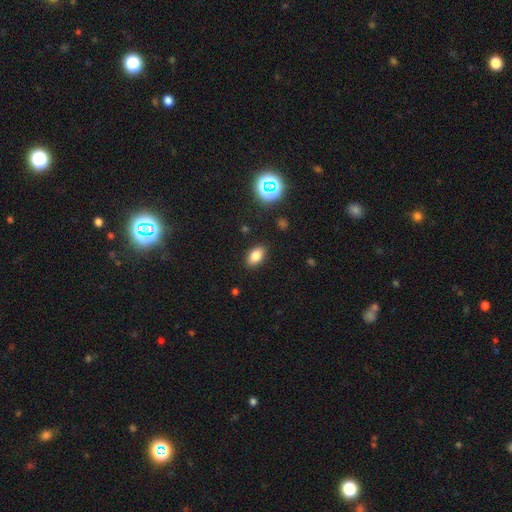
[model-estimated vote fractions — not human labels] smooth_or_featured: smooth (p=0.79) [alt: star or artifact p=0.12]
how_rounded: in between (p=0.88) [alt: round p=0.08]
merging: none (p=0.87) [alt: minor disturbance p=0.09]